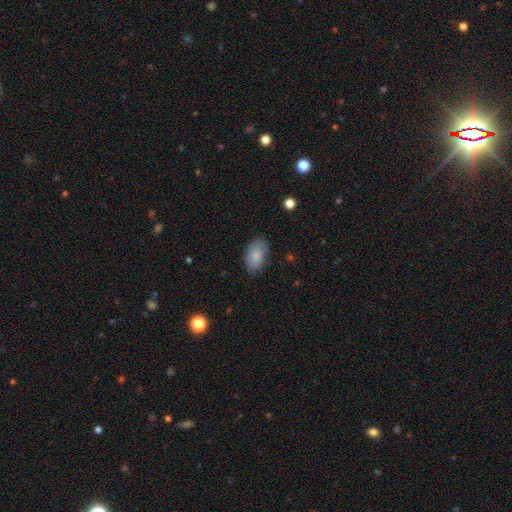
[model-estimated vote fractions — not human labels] This appears to be a smooth galaxy with no disk features (85%) that is in between round and cigar-shaped (93%). Merging: none (78%).